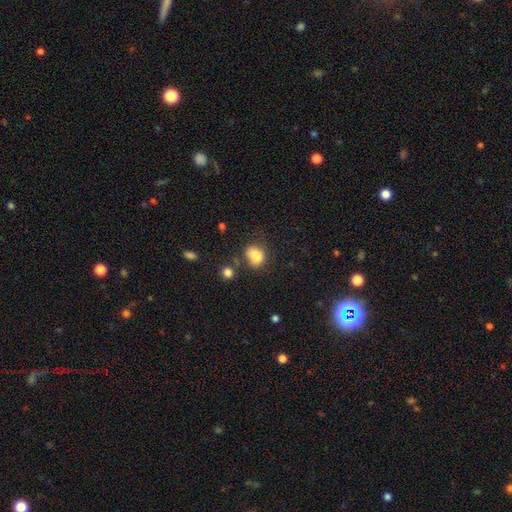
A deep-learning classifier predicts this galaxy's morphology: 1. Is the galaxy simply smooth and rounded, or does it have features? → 80% smooth, 11% star or artifact, 9% featured or disk.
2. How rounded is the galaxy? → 60% in between, 39% round, 1% cigar-shaped.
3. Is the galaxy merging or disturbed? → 48% none, 25% minor disturbance, 16% merger, 11% major disturbance.